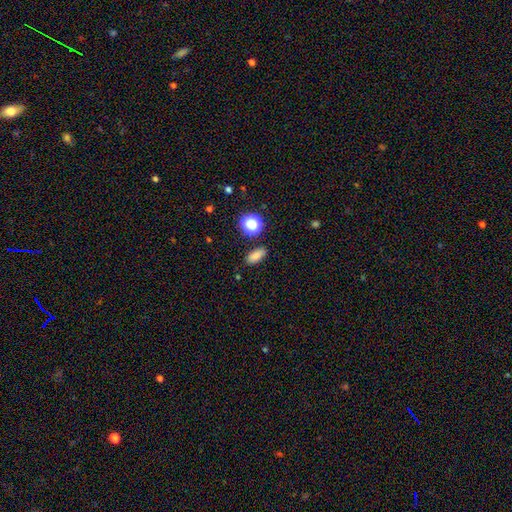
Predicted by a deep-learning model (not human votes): Overall: smooth (80%). How rounded: in between (78%). Merging: none (87%).